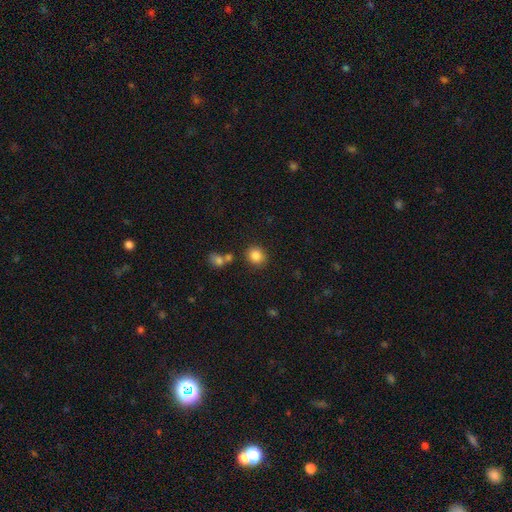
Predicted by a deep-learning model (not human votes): The model was most divided on "how rounded": round: 82%, in between: 17%, cigar-shaped: 1%. More confident: smooth or featured — smooth (85%); merging — none (82%).